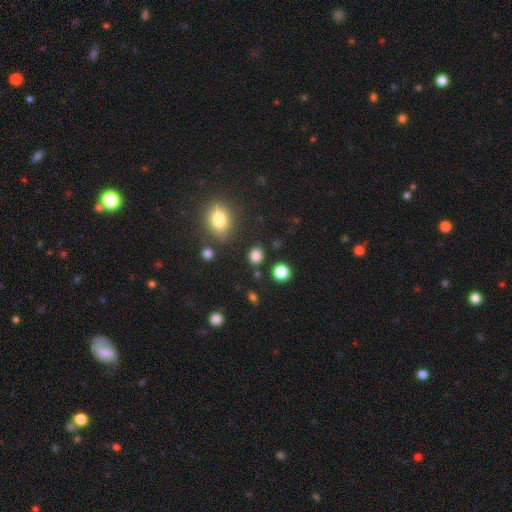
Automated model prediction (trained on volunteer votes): smooth 83%, star or artifact 13%, featured or disk 4%. Down the decision tree: how rounded — round (61%); merging — none (83%).